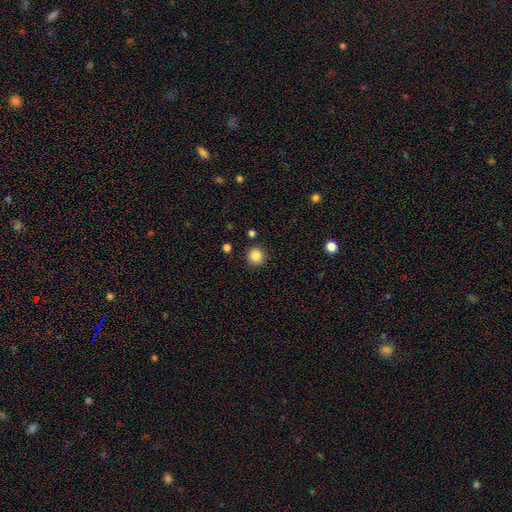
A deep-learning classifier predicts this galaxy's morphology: A smooth galaxy with no disk features (86%) that is round (95%).

Vote fractions:
- Smooth or featured? smooth: 86% / star or artifact: 10% / featured or disk: 3%
- How rounded? round: 95% / in between: 4% / cigar-shaped: 1%
- Merging? none: 90% / minor disturbance: 6% / major disturbance: 2% / merger: 2%